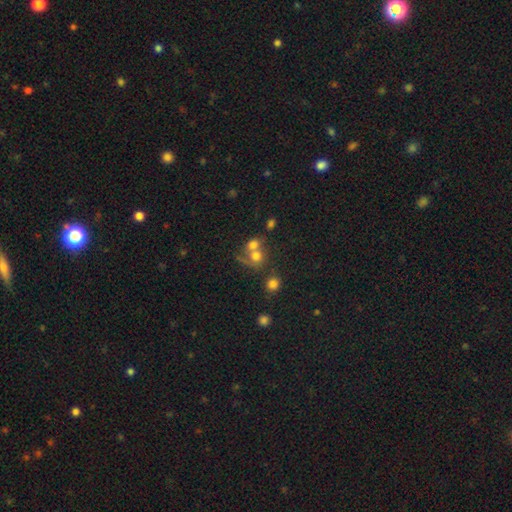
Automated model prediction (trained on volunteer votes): smooth_or_featured: smooth (p=0.67) [alt: featured or disk p=0.19]
how_rounded: round (p=0.72) [alt: in between p=0.27]
merging: merger (p=0.59) [alt: none p=0.26]